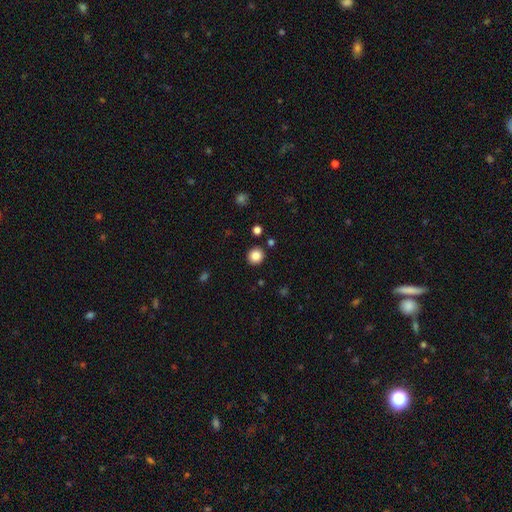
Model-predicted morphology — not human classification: Smooth or featured: smooth — 85% (star or artifact — 11%)
How rounded: round — 91% (in between — 8%)
Merging: none — 90% (minor disturbance — 6%)